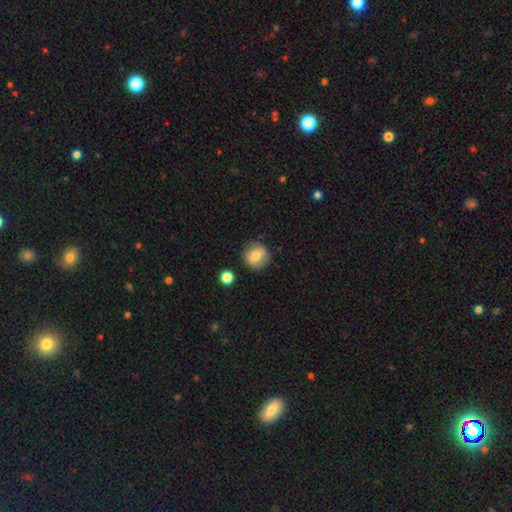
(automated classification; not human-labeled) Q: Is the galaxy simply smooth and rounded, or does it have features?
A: smooth — 69%.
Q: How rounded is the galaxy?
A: round — 85%.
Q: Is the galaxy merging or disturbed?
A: none — 83%.